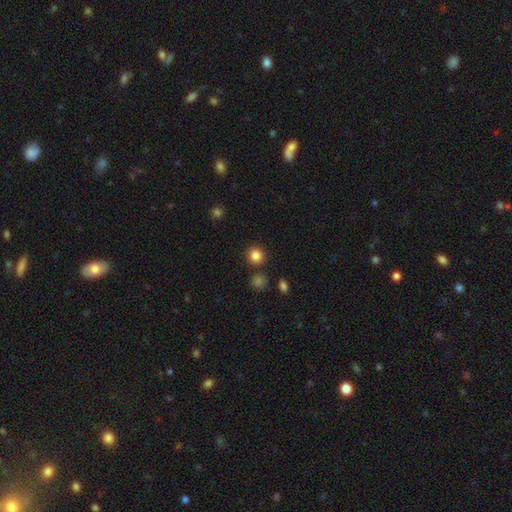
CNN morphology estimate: This is clearly a smooth galaxy (85%). How rounded: clearly round (92%). Merging: clearly none (88%).